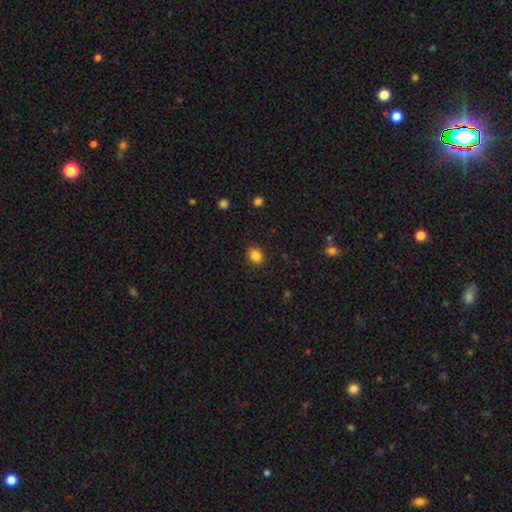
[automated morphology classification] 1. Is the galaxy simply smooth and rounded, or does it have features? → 85% smooth, 11% star or artifact, 4% featured or disk.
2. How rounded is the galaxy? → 69% round, 31% in between, 1% cigar-shaped.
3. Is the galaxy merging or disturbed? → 88% none, 9% minor disturbance, 2% major disturbance, 1% merger.